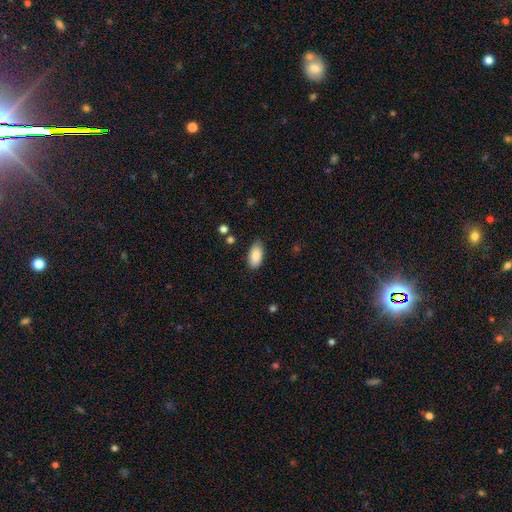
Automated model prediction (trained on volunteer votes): Overall: smooth (86%). How rounded: in between (93%). Merging: none (80%).